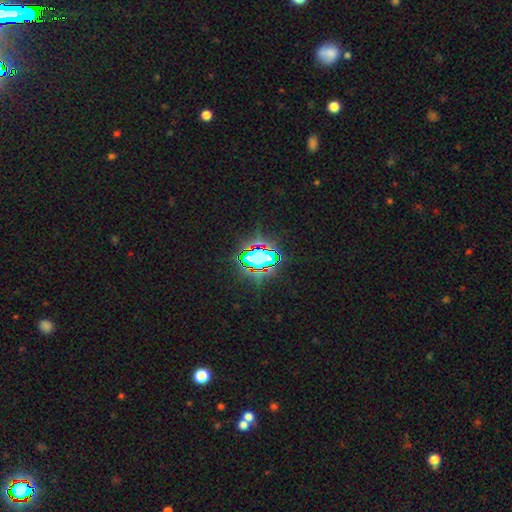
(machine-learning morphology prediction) type=star or artifact (70%).